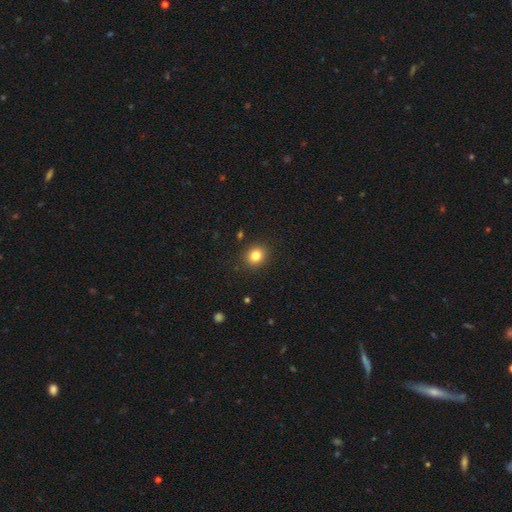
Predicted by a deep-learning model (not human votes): This is clearly a smooth galaxy (82%). How rounded: likely round (75%). Merging: clearly none (90%).